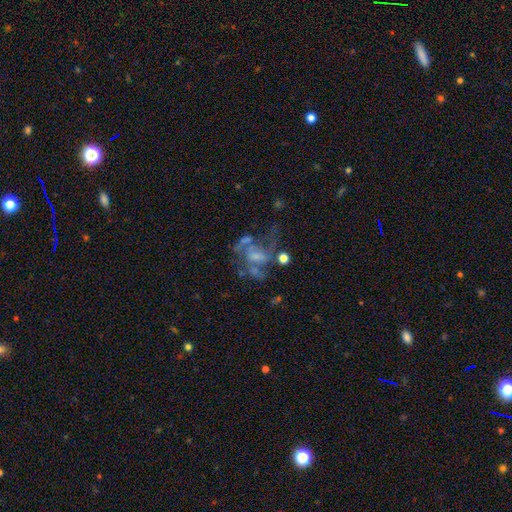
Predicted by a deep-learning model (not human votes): Smooth or featured: featured or disk — 67% (star or artifact — 18%)
Edge-on disk: no — 97% (yes — 3%)
Bar: no — 57% (weak — 32%)
Spiral arms: yes — 53% (no — 47%)
Bulge size: none — 35% (small — 33%)
Merging: major disturbance — 36% (none — 34%)